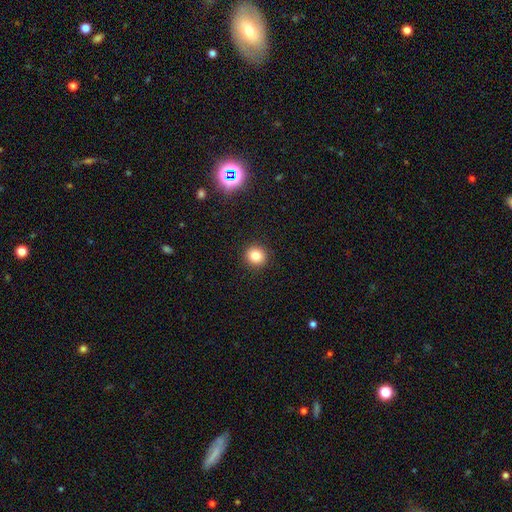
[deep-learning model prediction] Smooth or featured: smooth — 82% (star or artifact — 12%)
How rounded: round — 91% (in between — 8%)
Merging: none — 92% (minor disturbance — 5%)